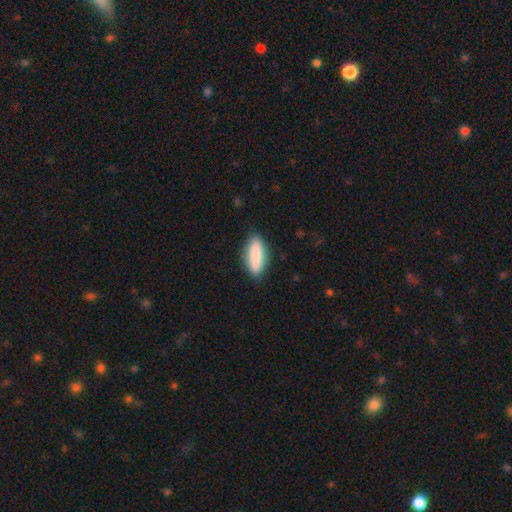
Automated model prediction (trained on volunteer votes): The model was most divided on "how rounded": in between: 56%, cigar-shaped: 42%, round: 2%. More confident: merging — none (84%); smooth or featured — smooth (80%).